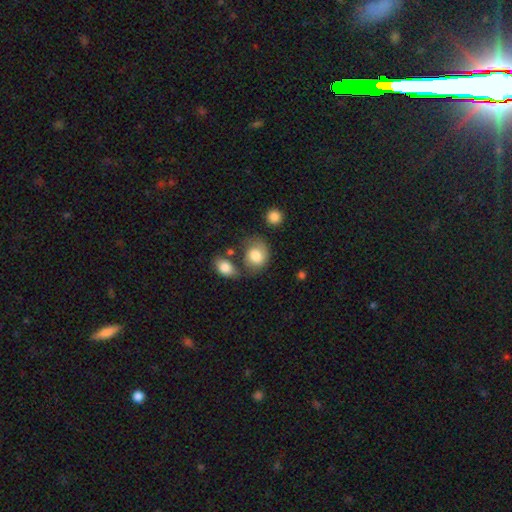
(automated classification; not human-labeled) smooth_or_featured: smooth (p=0.78) [alt: featured or disk p=0.14]
how_rounded: round (p=0.56) [alt: in between p=0.43]
merging: none (p=0.42) [alt: minor disturbance p=0.26]